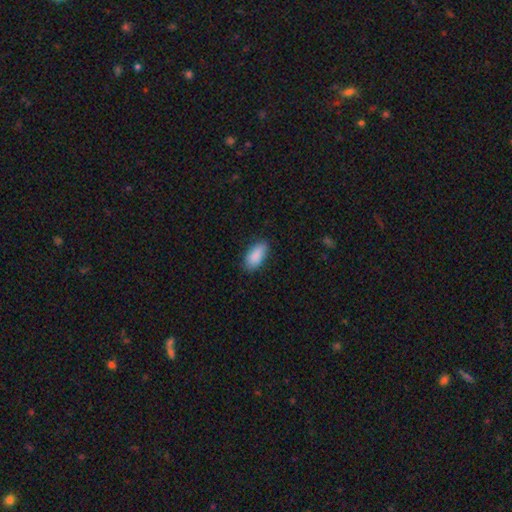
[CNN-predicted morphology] Smooth or featured? smooth (90%)
How rounded? in between (91%)
Merging? none (83%)